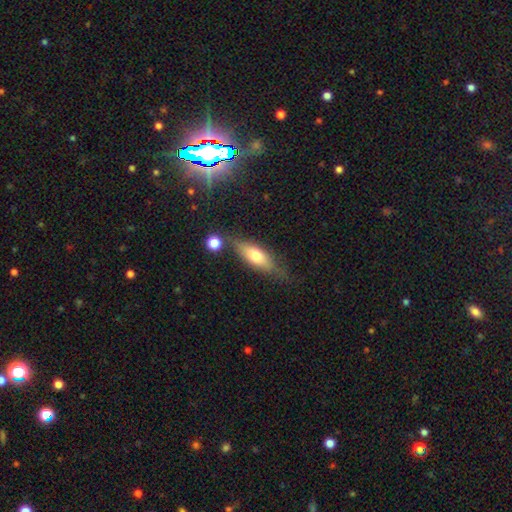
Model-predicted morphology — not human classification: This appears to be a smooth galaxy with no disk features (60%) that is in between round and cigar-shaped (61%). Merging: none (63%).